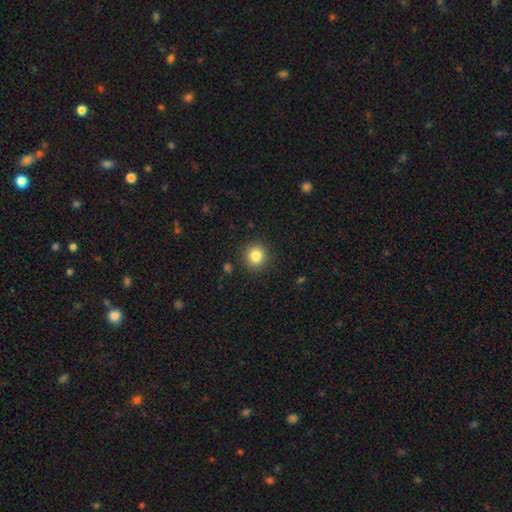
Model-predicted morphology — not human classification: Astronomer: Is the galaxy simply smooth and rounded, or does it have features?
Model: smooth — 83%.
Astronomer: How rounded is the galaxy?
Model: round — 92%.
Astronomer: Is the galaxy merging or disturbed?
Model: none — 91%.